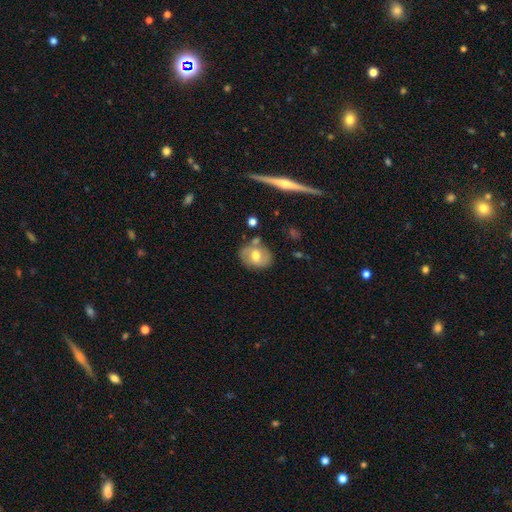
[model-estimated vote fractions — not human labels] smooth 55%, featured or disk 38%, star or artifact 8%. Down the decision tree: how rounded — in between (56%); merging — none (71%).